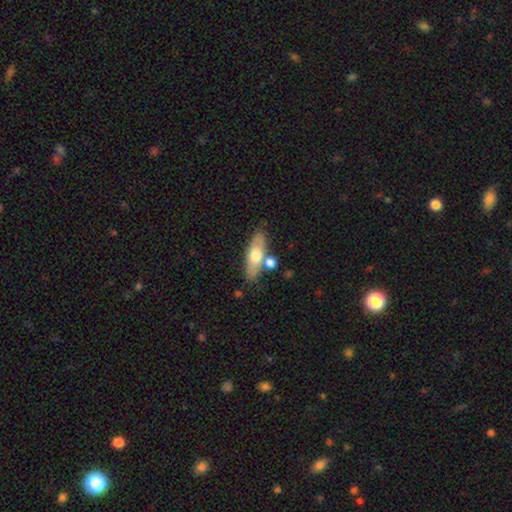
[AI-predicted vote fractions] The model was most divided on "how rounded": in between: 60%, cigar-shaped: 36%, round: 4%. More confident: merging — none (69%); smooth or featured — smooth (59%).